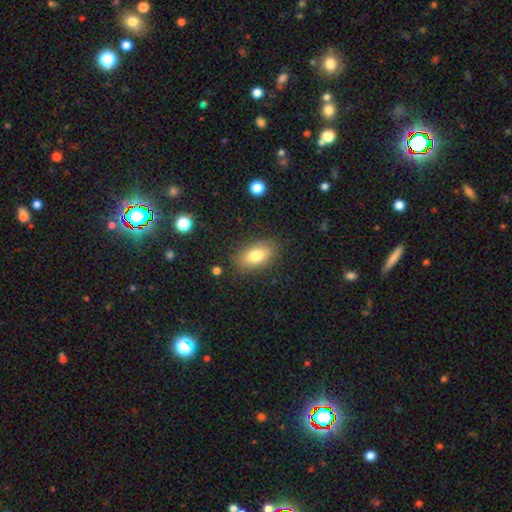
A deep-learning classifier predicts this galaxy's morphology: A smooth galaxy with no disk features (77%) that is in between round and cigar-shaped (88%). Merging: none (83%).